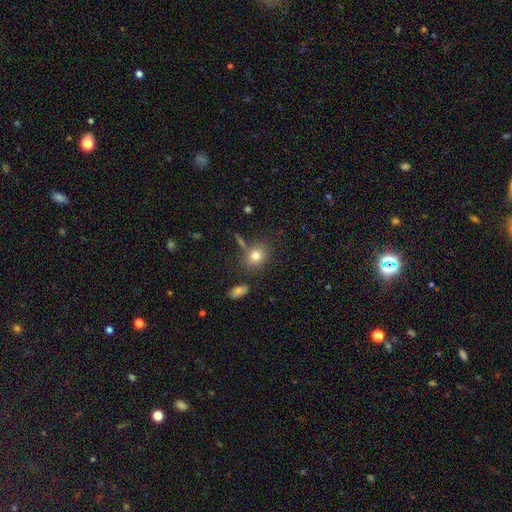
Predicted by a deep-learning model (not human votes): Morphology: type=smooth (78%); roundness=round (66%); merging=none (74%).